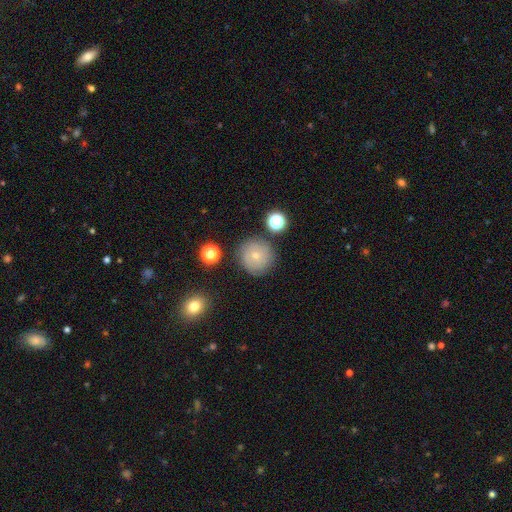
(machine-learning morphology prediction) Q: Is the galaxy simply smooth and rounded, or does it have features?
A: smooth — 61%.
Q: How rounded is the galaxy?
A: round — 95%.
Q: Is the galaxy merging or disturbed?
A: none — 82%.